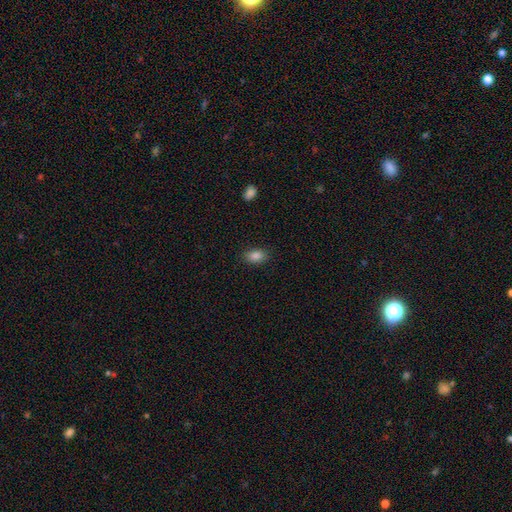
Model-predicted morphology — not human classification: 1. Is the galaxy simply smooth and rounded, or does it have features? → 86% smooth, 9% star or artifact, 5% featured or disk.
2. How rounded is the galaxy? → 85% in between, 13% round, 2% cigar-shaped.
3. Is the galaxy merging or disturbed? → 87% none, 10% minor disturbance, 3% major disturbance, 1% merger.